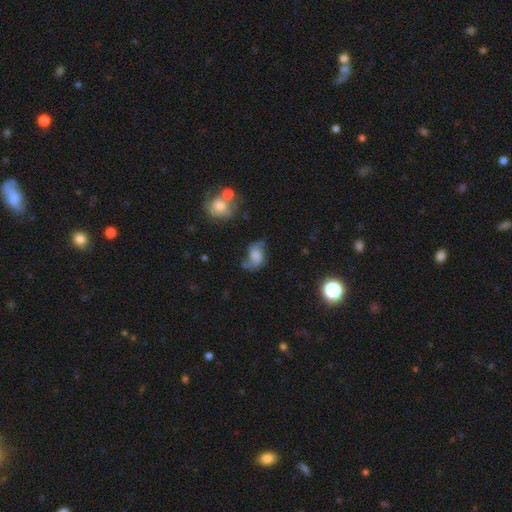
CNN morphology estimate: Overall: featured or disk (47%; smooth 42%). Merging: none (39%; minor disturbance 28%).